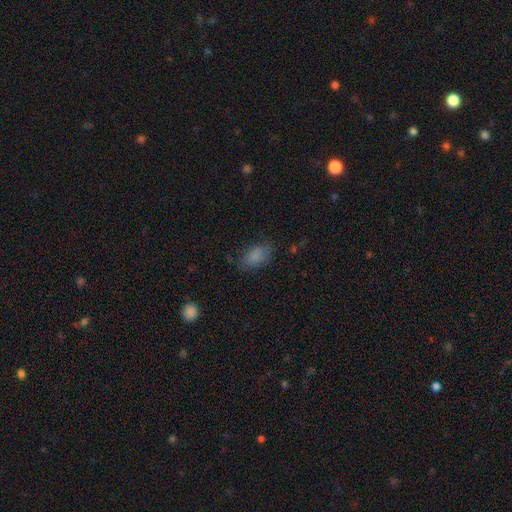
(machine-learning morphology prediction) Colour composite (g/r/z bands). It shows a smooth galaxy with no disk features (82%) that is in between round and cigar-shaped (90%). Merging: none (73%).